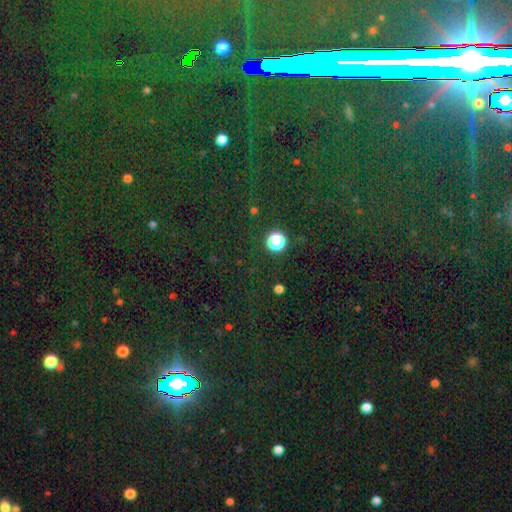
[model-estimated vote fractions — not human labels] Smooth or featured?
  - star or artifact: 82% *
  - smooth: 11%
  - featured or disk: 7%